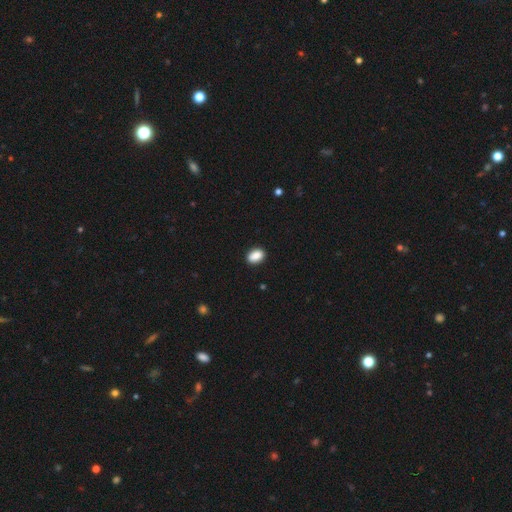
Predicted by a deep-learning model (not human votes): A smooth galaxy with no disk features (88%) that is in between round and cigar-shaped (86%).

Vote fractions:
- Smooth or featured? smooth: 88% / star or artifact: 8% / featured or disk: 4%
- How rounded? in between: 86% / round: 12% / cigar-shaped: 2%
- Merging? none: 87% / minor disturbance: 10% / major disturbance: 2% / merger: 1%